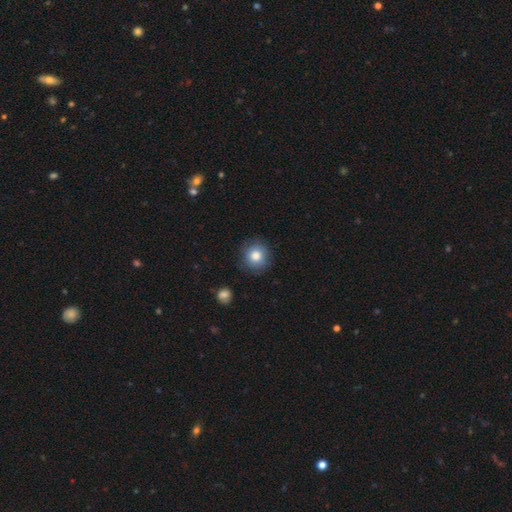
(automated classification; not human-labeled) Smooth or featured? Predicted: smooth (p=0.81). How rounded? Predicted: round (p=0.88). Merging? Predicted: none (p=0.84).